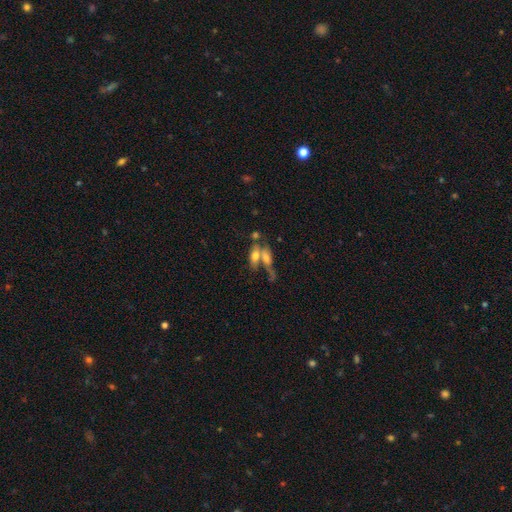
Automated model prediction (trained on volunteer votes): smooth-or-featured: smooth: 55% | featured or disk: 34% | star or artifact: 11%
  how-rounded: in between: 74% | cigar-shaped: 19% | round: 7%
  merging: merger: 56% | none: 25% | minor disturbance: 10% | major disturbance: 9%